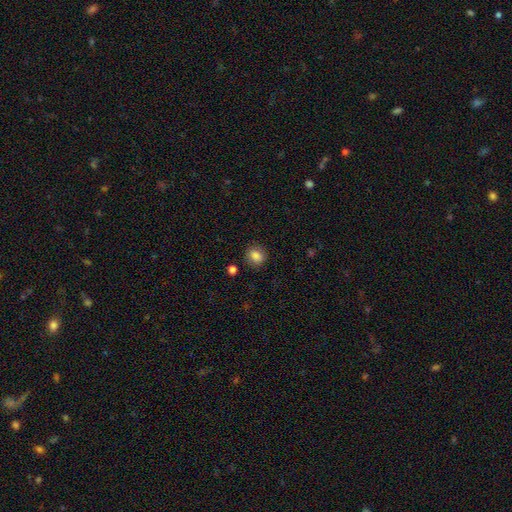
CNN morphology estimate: Smooth or featured?
  - smooth: 85% *
  - star or artifact: 9%
  - featured or disk: 6%
How rounded?
  - round: 70% *
  - in between: 29%
  - cigar-shaped: 1%
Merging?
  - none: 86% *
  - minor disturbance: 9%
  - major disturbance: 3%
  - merger: 2%